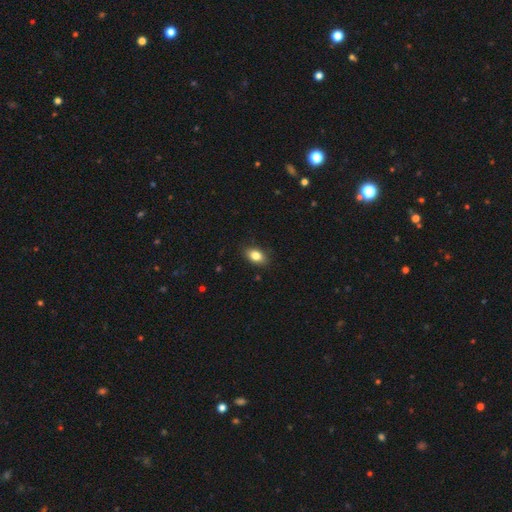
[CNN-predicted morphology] The model was most divided on "how rounded": in between: 85%, round: 12%, cigar-shaped: 2%. More confident: merging — none (86%); smooth or featured — smooth (84%).